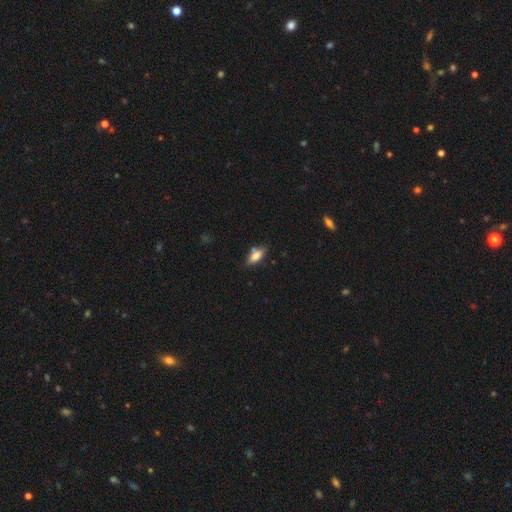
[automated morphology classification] Smooth or featured? smooth (74%)
How rounded? in between (73%)
Merging? none (70%)